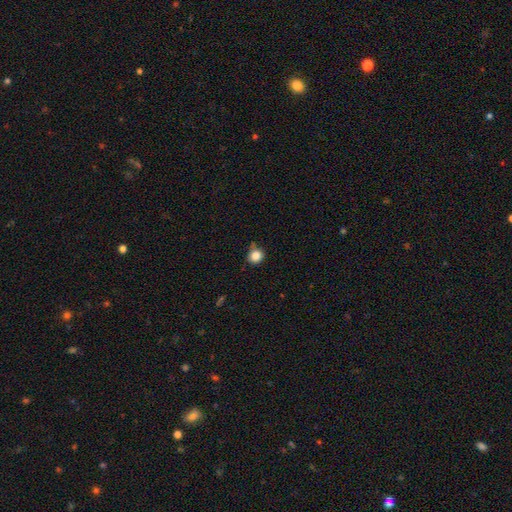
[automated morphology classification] Smooth or featured? smooth (85%)
How rounded? round (86%)
Merging? none (74%)